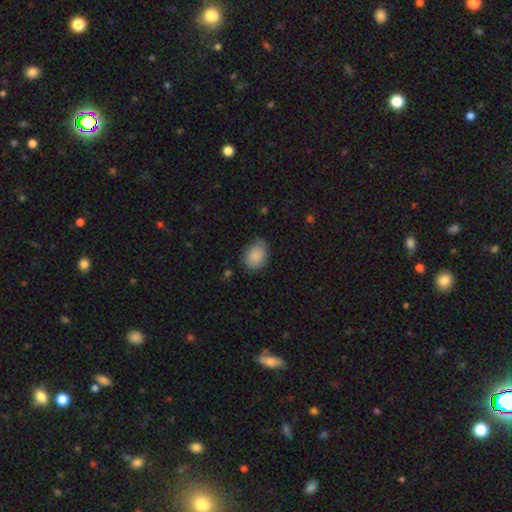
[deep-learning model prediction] This is clearly a smooth galaxy (86%). How rounded: likely in between (68%). Merging: likely none (73%).